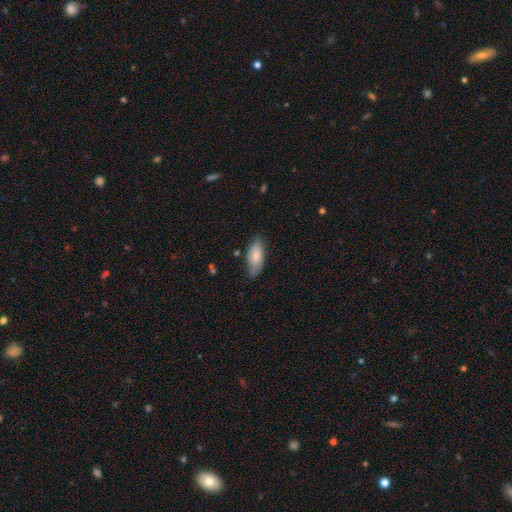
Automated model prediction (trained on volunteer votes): Overall: smooth (79%). How rounded: in between (82%). Merging: none (70%).